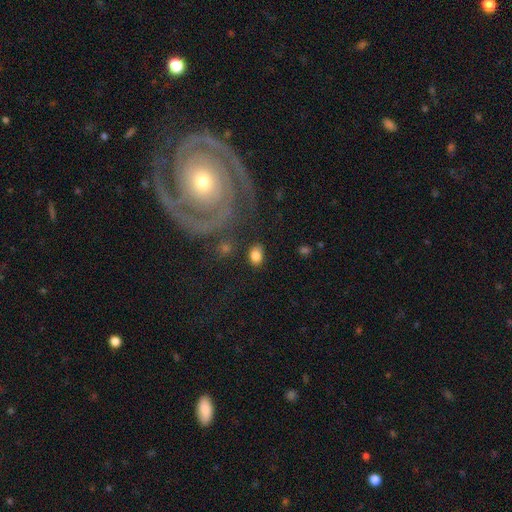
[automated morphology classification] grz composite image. It shows a smooth galaxy with no disk features (82%) that is in between round and cigar-shaped (76%). Merging: none (80%).